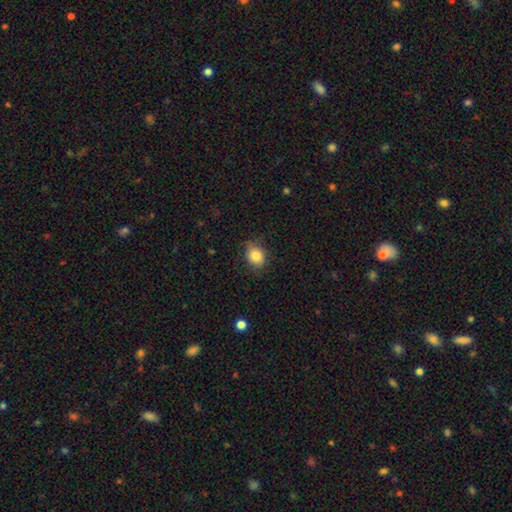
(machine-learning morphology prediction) This appears to be a smooth galaxy with no disk features (84%) that is round (55%). Merging: none (74%).